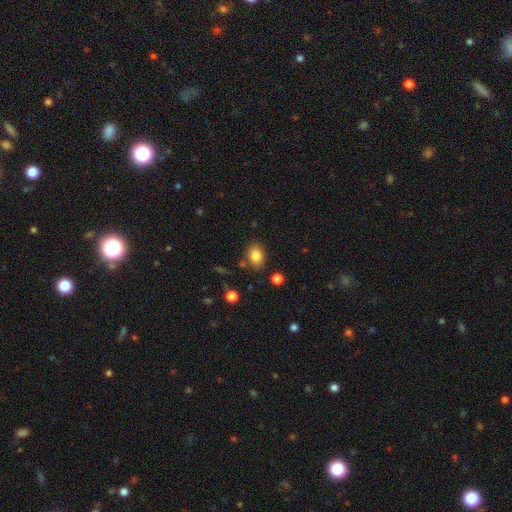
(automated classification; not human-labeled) The model was most divided on "how rounded": in between: 66%, round: 33%, cigar-shaped: 1%. More confident: smooth or featured — smooth (84%); merging — none (81%).